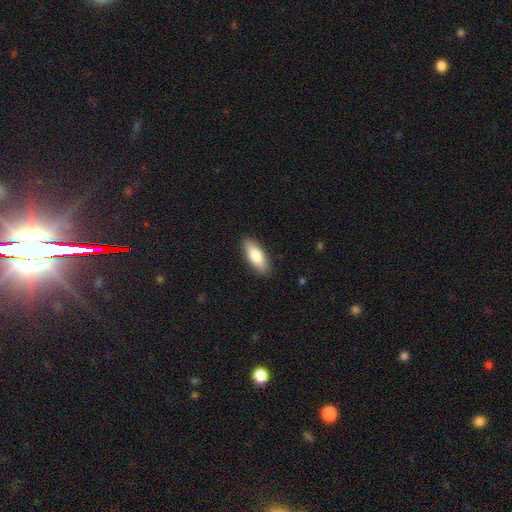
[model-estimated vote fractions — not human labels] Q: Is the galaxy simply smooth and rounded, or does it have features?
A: smooth — 81%.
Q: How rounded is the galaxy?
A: in between — 74%.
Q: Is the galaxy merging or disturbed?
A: none — 89%.